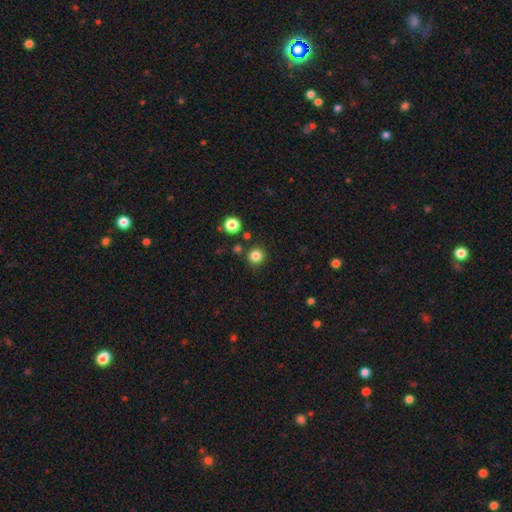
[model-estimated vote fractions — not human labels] Smooth or featured? Predicted: smooth (p=0.83). How rounded? Predicted: round (p=0.93). Merging? Predicted: none (p=0.87).